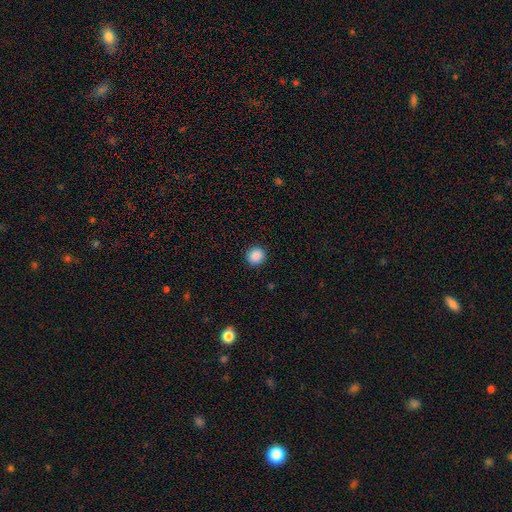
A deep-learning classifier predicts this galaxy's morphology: type=smooth (89%); roundness=round (91%); merging=none (92%).